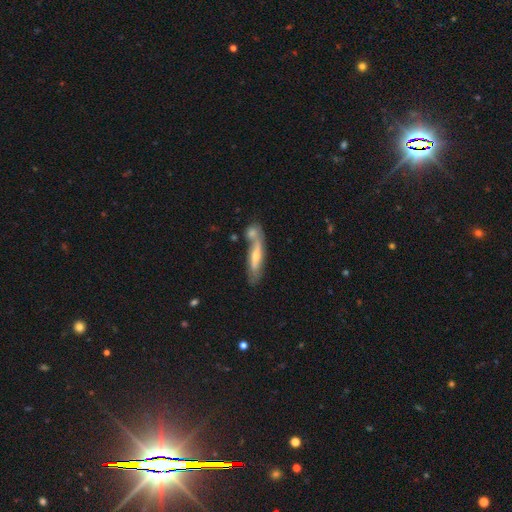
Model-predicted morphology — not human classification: This is possibly a featured or disk galaxy (56%). It is likely viewed edge-on (61%). Merging: possibly none (54%).